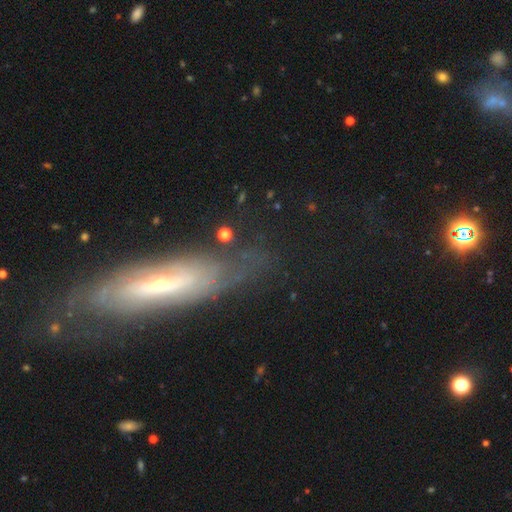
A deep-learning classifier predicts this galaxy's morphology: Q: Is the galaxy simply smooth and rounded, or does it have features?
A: featured or disk — 74%.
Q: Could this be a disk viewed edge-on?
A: no — 69%.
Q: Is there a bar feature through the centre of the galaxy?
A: no — 46%.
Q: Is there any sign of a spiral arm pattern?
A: yes — 75%.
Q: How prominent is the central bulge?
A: small — 61%.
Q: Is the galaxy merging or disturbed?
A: none — 72%.